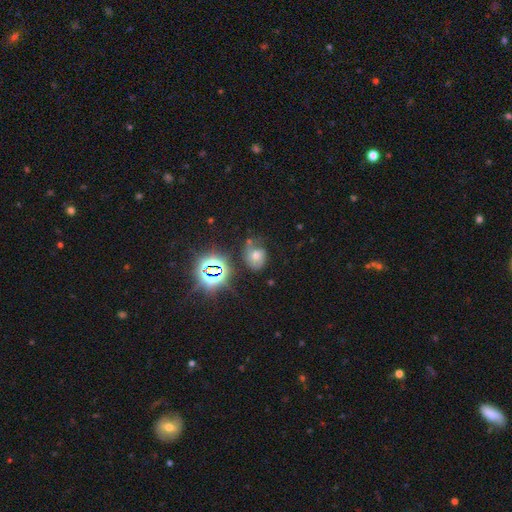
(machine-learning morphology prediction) A smooth galaxy with no disk features (41%). Merging: none (49%).